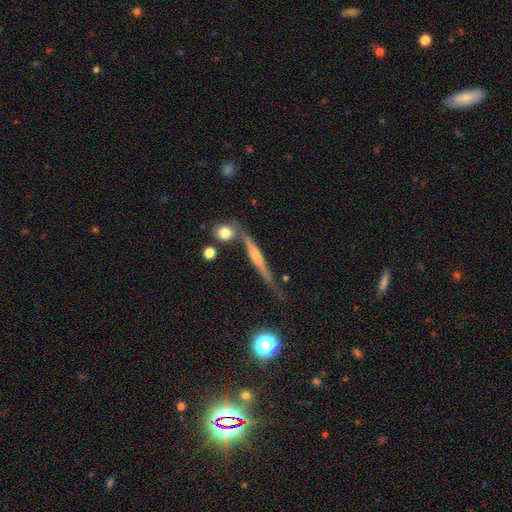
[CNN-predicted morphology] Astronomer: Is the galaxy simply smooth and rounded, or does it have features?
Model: featured or disk — 70%.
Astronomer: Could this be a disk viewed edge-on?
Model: yes — 94%.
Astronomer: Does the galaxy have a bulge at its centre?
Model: rounded — 64%.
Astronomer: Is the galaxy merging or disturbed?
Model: none — 68%.